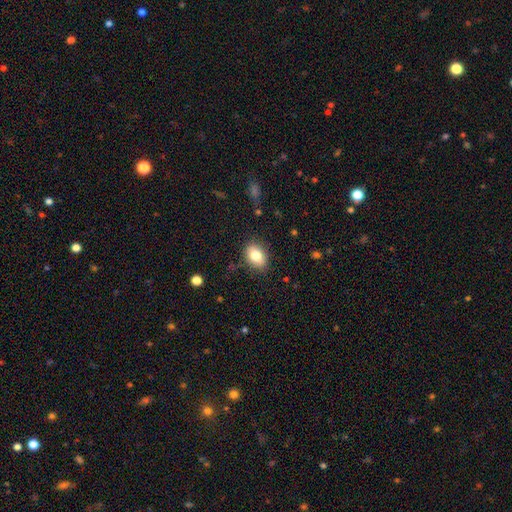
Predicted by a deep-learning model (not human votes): This appears to be a smooth galaxy with no disk features (81%) that is in between round and cigar-shaped (78%). Merging: none (84%).